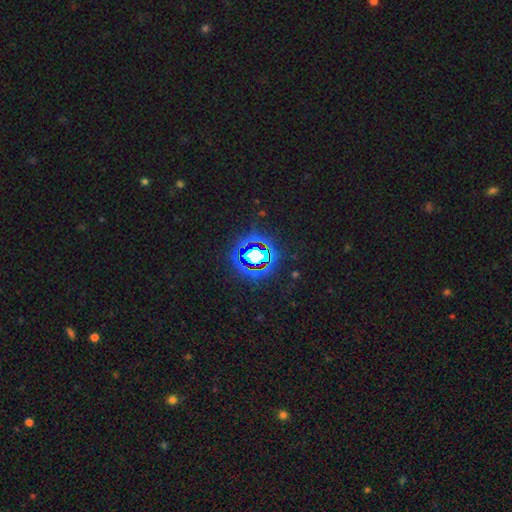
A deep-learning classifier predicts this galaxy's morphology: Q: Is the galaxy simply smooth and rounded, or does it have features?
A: star or artifact — 74%.